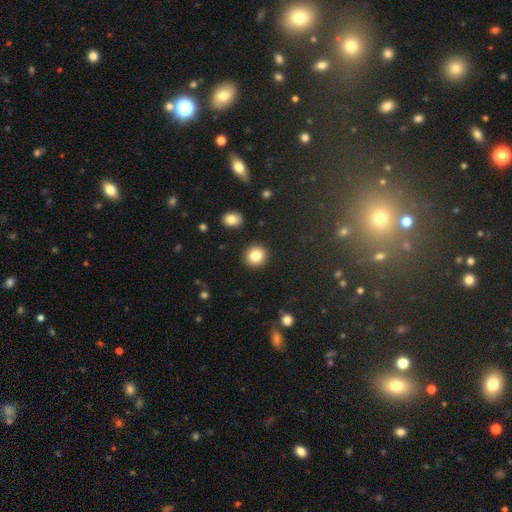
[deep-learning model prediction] Smooth or featured? smooth (84%)
How rounded? round (89%)
Merging? none (91%)